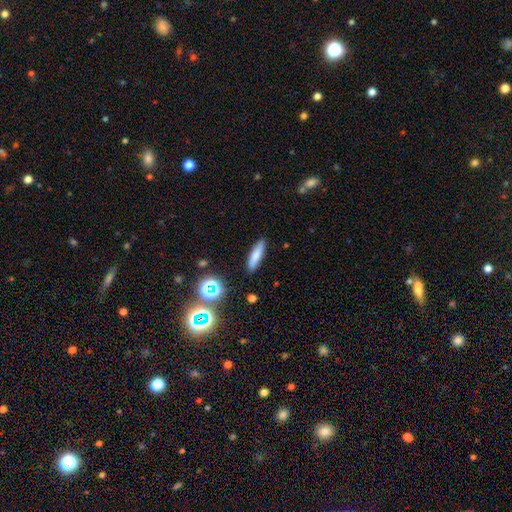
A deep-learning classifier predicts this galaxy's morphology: Q: Smooth or featured?
A: smooth (74%); runner-up: featured or disk (15%)
Q: How rounded?
A: cigar-shaped (72%); runner-up: in between (26%)
Q: Merging?
A: none (88%); runner-up: minor disturbance (8%)